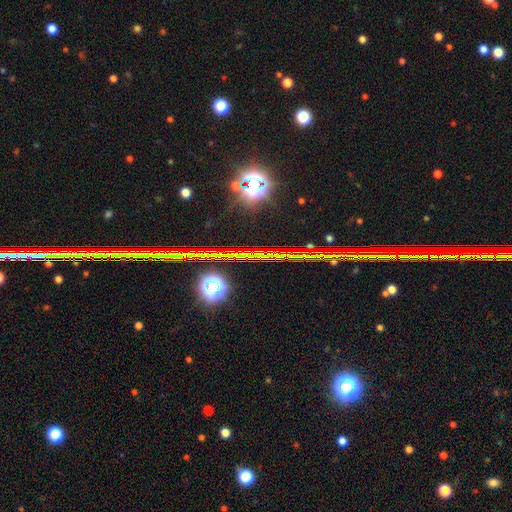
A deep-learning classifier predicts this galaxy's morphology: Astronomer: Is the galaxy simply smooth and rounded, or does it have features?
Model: star or artifact — 78%.